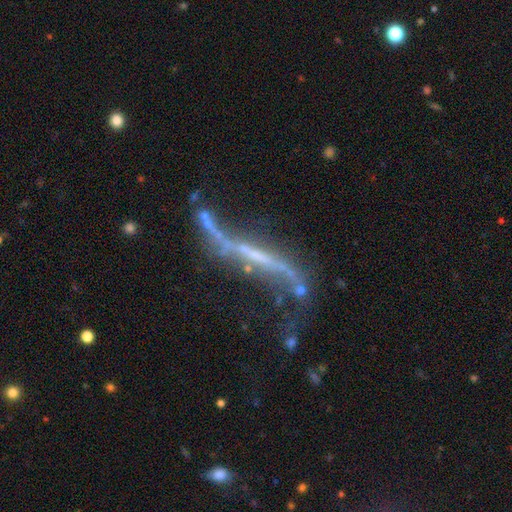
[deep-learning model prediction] A featured or disk galaxy (80%) viewed edge-on (57%). Merging: none (40%).